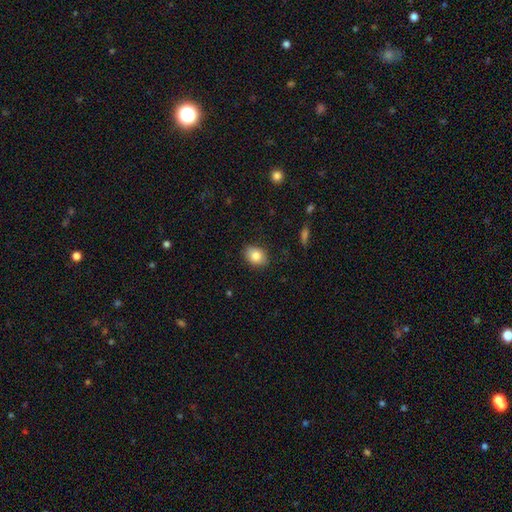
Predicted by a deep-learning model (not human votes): Q: Smooth or featured?
A: smooth (83%); runner-up: star or artifact (8%)
Q: How rounded?
A: in between (68%); runner-up: round (31%)
Q: Merging?
A: none (86%); runner-up: minor disturbance (11%)